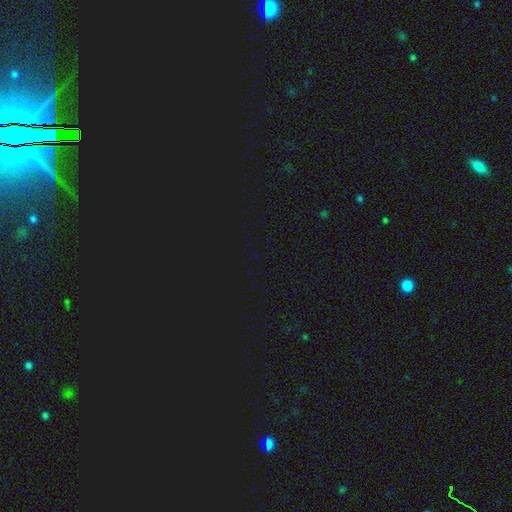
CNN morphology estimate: star or artifact 78%, smooth 15%, featured or disk 7%.